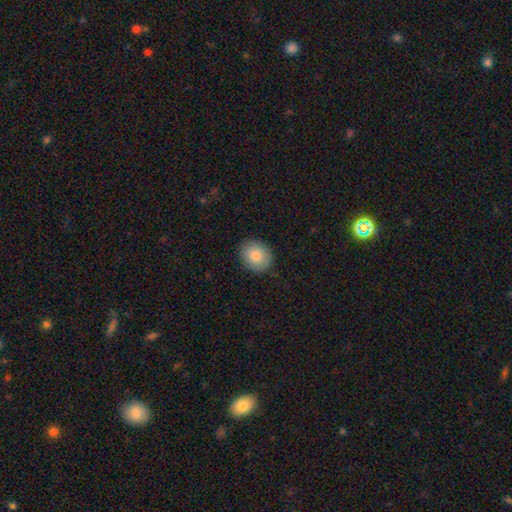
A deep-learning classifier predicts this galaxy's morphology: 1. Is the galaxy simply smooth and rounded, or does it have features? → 83% smooth, 9% featured or disk, 8% star or artifact.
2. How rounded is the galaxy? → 68% round, 31% in between, 1% cigar-shaped.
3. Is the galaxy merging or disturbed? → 88% none, 9% minor disturbance, 2% major disturbance, 1% merger.